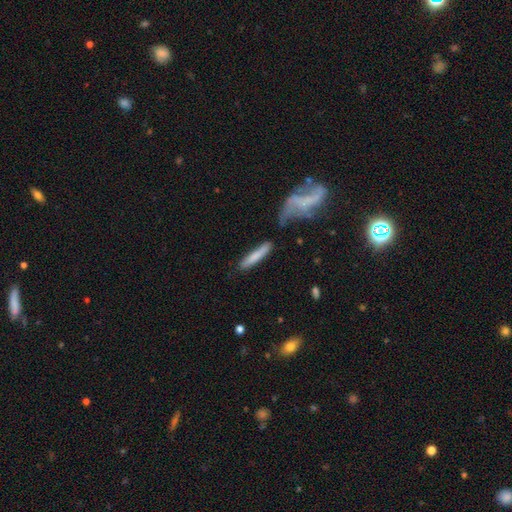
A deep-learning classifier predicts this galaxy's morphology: Q: Smooth or featured?
A: smooth (74%); runner-up: featured or disk (20%)
Q: How rounded?
A: cigar-shaped (90%); runner-up: in between (9%)
Q: Merging?
A: none (73%); runner-up: minor disturbance (15%)